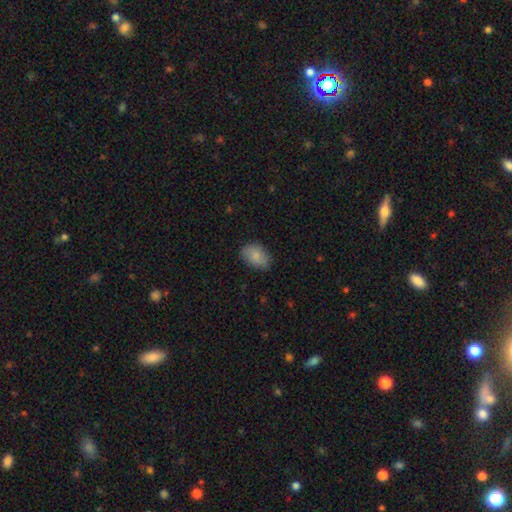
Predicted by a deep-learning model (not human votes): This is clearly a smooth galaxy (84%). How rounded: clearly in between (83%). Merging: likely none (79%).